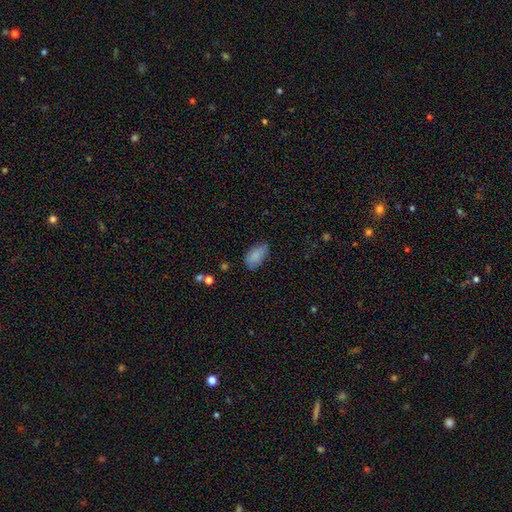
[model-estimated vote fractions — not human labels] The model was most divided on "merging": none: 71%, minor disturbance: 23%, major disturbance: 5%, merger: 2%. More confident: how rounded — in between (92%); smooth or featured — smooth (85%).